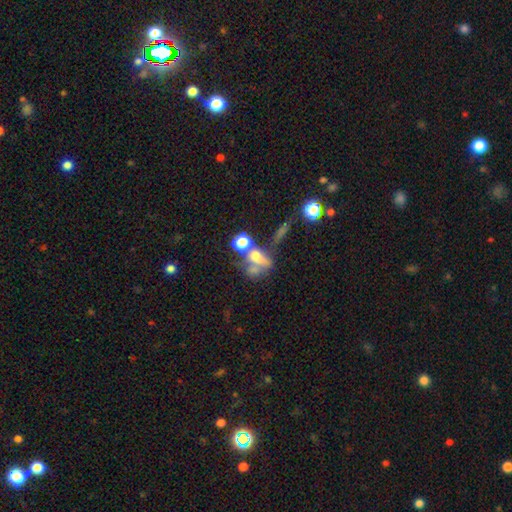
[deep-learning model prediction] Overall: smooth (56%; featured or disk 26%). How rounded: in between (53%; round 41%). Merging: merger (48%; none 24%).